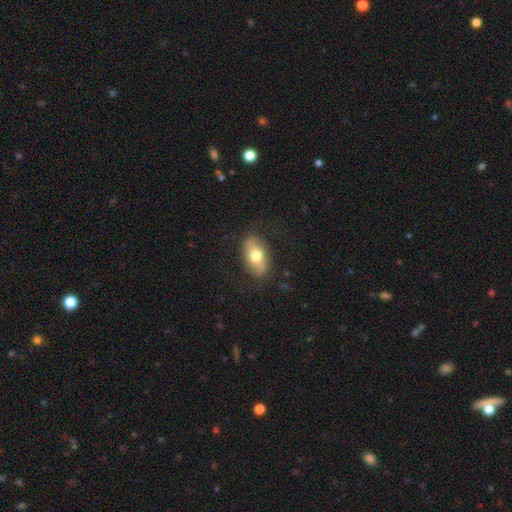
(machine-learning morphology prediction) Smooth or featured? Predicted: smooth (p=0.54). How rounded? Predicted: in between (p=0.87). Merging? Predicted: none (p=0.81).